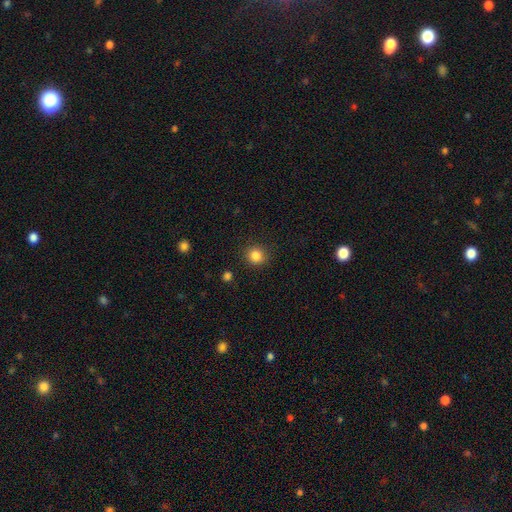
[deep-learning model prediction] This is clearly a smooth galaxy (84%). How rounded: clearly round (91%). Merging: clearly none (89%).